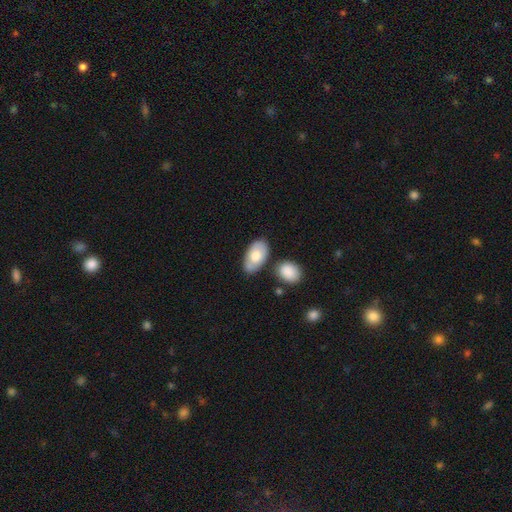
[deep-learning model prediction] Overall: smooth (71%). How rounded: in between (94%). Merging: none (68%).